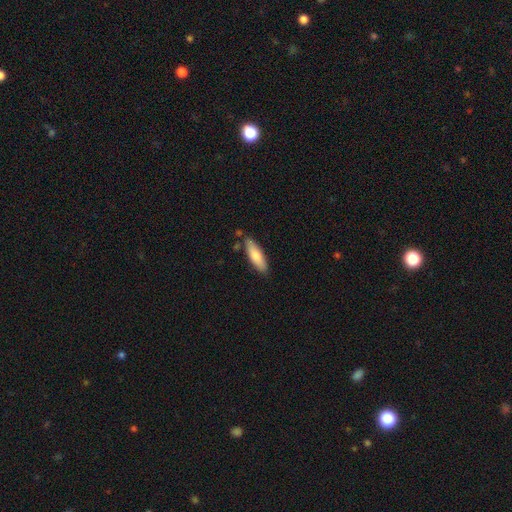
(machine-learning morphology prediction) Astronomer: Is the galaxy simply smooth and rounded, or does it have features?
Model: smooth — 79%.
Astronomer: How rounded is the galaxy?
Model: cigar-shaped — 50% (runner-up: in between, 48%).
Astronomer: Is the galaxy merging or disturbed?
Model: none — 78%.